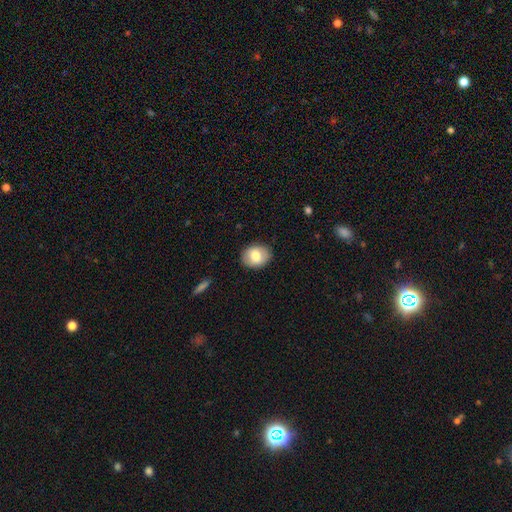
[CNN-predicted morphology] Q: Smooth or featured?
A: smooth (76%); runner-up: featured or disk (17%)
Q: How rounded?
A: in between (55%); runner-up: round (44%)
Q: Merging?
A: none (87%); runner-up: minor disturbance (10%)